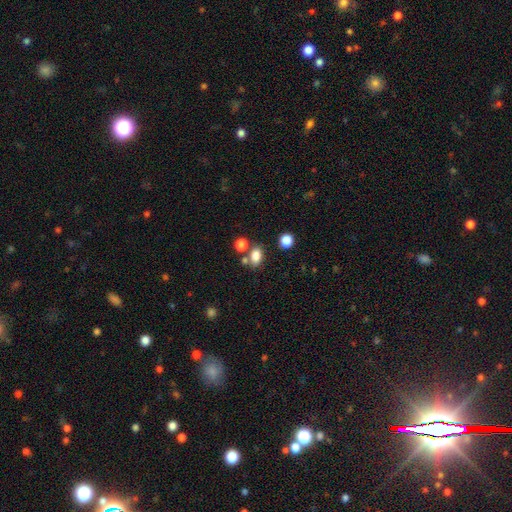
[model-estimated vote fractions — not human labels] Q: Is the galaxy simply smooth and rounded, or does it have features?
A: smooth — 81%.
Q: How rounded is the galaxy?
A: in between — 74%.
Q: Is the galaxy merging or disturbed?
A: none — 63%.